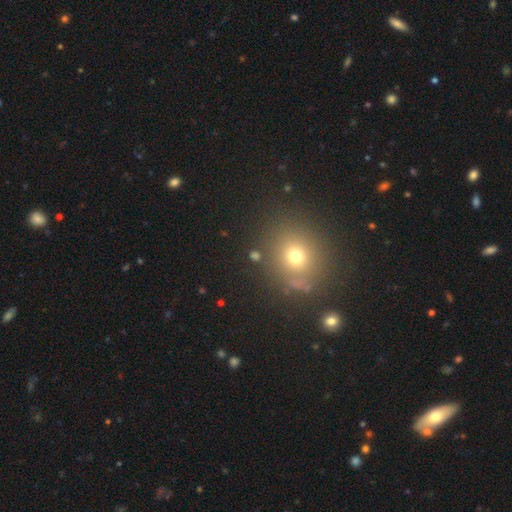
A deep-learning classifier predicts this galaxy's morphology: This is likely a smooth galaxy (61%). How rounded: likely round (76%). Merging: likely none (80%).